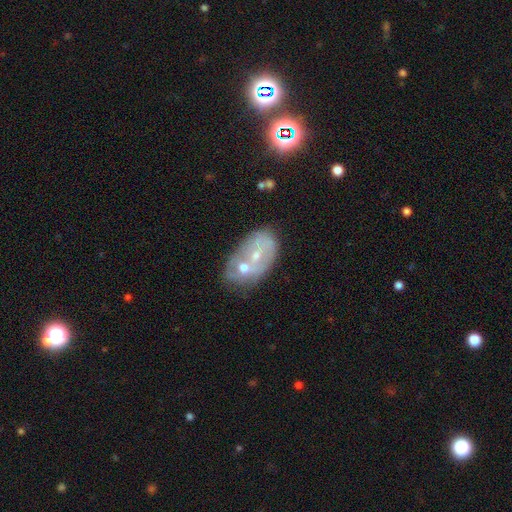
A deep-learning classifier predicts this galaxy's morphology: Smooth or featured? Predicted: featured or disk (p=0.58). Edge-on disk? Predicted: no (p=0.95). Bar? Predicted: no (p=0.76). Spiral arms? Predicted: no (p=0.69). Bulge size? Predicted: small (p=0.57). Merging? Predicted: merger (p=0.42).